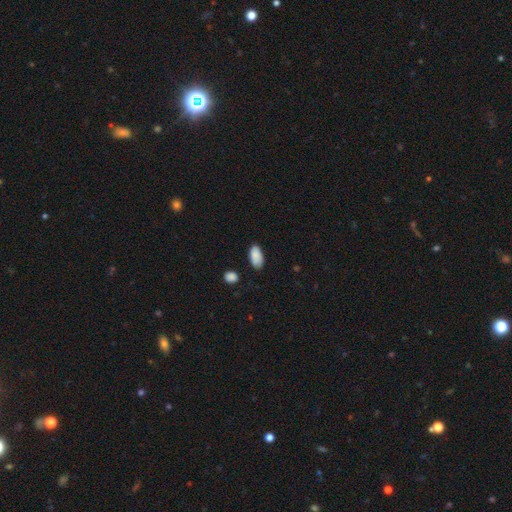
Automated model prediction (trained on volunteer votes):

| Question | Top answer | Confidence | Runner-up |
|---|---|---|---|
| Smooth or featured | smooth | 88% | star or artifact (7%) |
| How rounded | in between | 95% | cigar-shaped (3%) |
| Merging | none | 79% | minor disturbance (15%) |